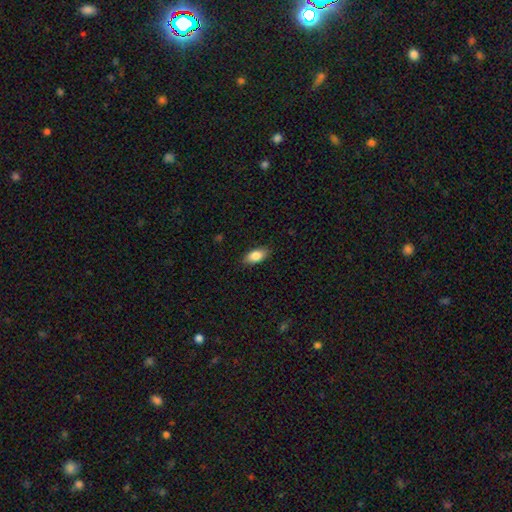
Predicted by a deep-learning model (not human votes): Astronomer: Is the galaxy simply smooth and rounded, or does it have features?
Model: smooth — 86%.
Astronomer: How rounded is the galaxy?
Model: in between — 90%.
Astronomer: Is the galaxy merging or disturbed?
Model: none — 87%.